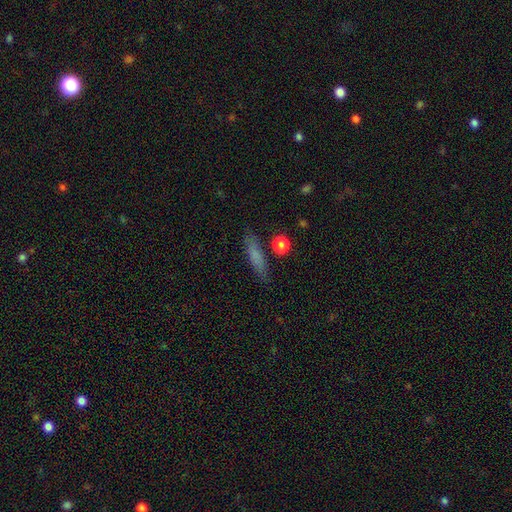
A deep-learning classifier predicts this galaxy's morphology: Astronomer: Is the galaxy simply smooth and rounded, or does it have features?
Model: smooth — 73%.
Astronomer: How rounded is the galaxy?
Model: cigar-shaped — 77%.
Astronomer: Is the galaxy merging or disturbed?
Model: none — 82%.